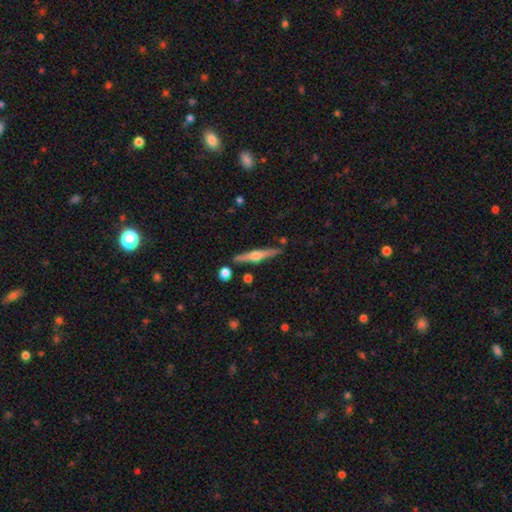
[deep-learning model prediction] smooth-or-featured: featured or disk: 72% | smooth: 23% | star or artifact: 6%
  disk-edge-on: yes: 97% | no: 3%
    edge-on-bulge: rounded: 92% | boxy: 4% | none: 3%
  merging: none: 86% | minor disturbance: 9% | merger: 4% | major disturbance: 2%